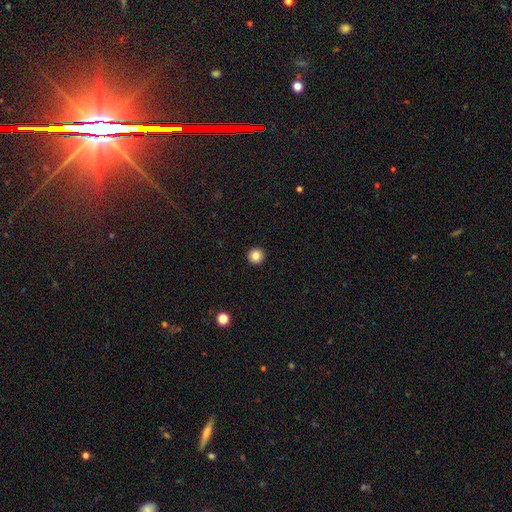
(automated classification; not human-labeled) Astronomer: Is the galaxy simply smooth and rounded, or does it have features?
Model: smooth — 84%.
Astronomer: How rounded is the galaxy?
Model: round — 96%.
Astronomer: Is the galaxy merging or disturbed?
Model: none — 94%.